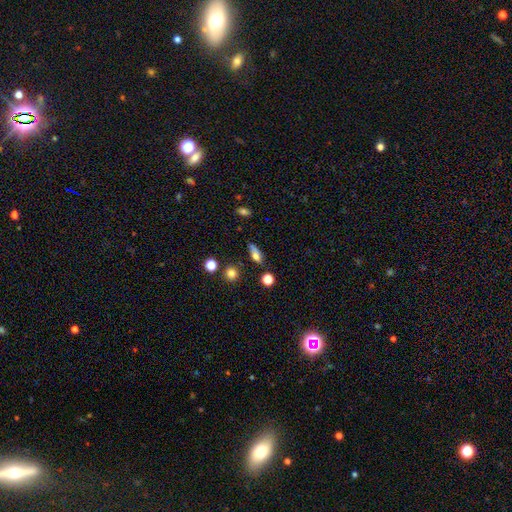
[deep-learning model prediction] Smooth or featured?
  - smooth: 70% *
  - featured or disk: 18%
  - star or artifact: 12%
How rounded?
  - in between: 58% *
  - cigar-shaped: 26%
  - round: 16%
Merging?
  - none: 61% *
  - minor disturbance: 24%
  - major disturbance: 9%
  - merger: 6%